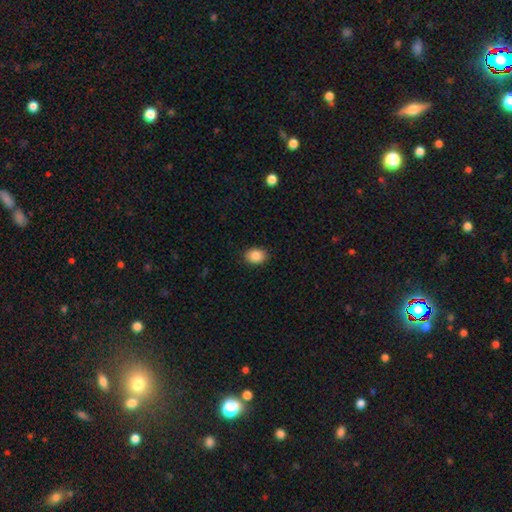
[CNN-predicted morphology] A smooth galaxy with no disk features (87%) that is in between round and cigar-shaped (70%). Merging: none (90%).